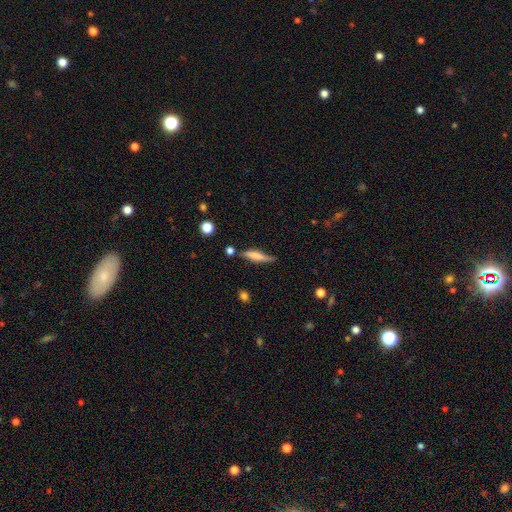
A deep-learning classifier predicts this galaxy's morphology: smooth 58%, featured or disk 34%, star or artifact 7%. Down the decision tree: how rounded — cigar-shaped (77%); merging — none (62%).